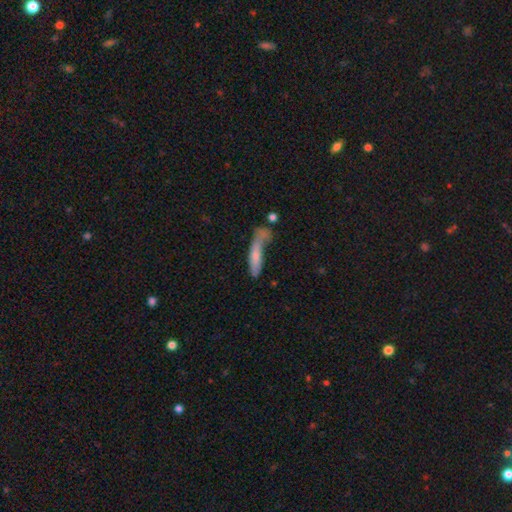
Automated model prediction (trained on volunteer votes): Q: Smooth or featured?
A: smooth (67%); runner-up: featured or disk (26%)
Q: How rounded?
A: cigar-shaped (80%); runner-up: in between (18%)
Q: Merging?
A: none (32%); runner-up: major disturbance (25%)